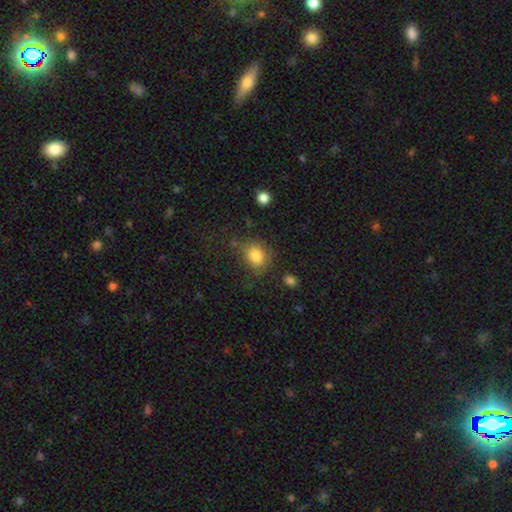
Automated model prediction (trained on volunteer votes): Smooth or featured? smooth (83%)
How rounded? in between (55%)
Merging? none (65%)